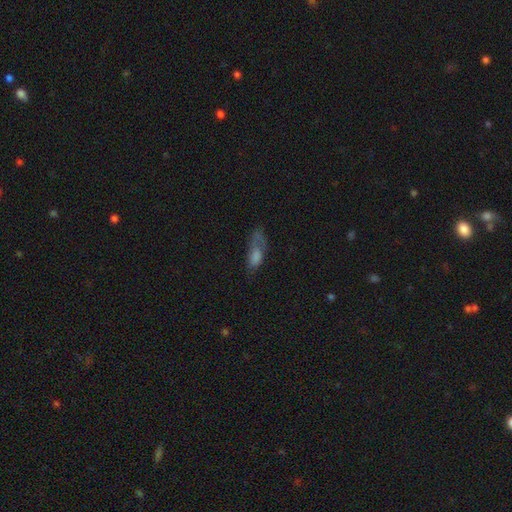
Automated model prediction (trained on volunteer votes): This is possibly a smooth galaxy (53%). How rounded: likely in between (65%). Merging: marginally none (40%).